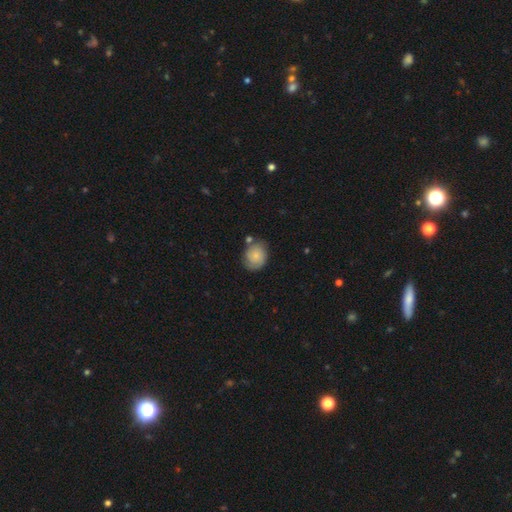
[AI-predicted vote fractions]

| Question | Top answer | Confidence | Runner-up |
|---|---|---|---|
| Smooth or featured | smooth | 65% | featured or disk (27%) |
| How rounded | round | 61% | in between (38%) |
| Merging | none | 64% | minor disturbance (22%) |